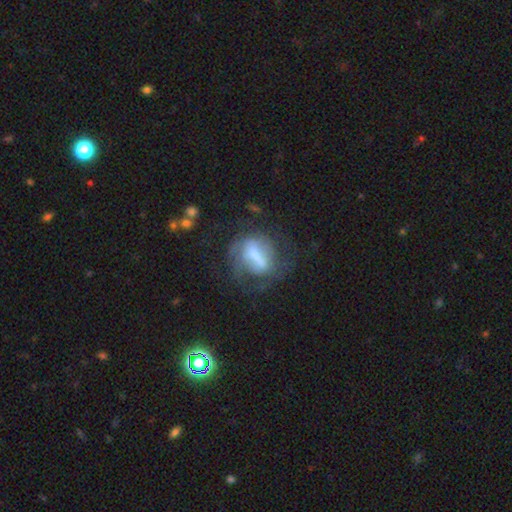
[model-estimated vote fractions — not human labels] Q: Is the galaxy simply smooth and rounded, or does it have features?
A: featured or disk — 58%.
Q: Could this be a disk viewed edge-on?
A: no — 94%.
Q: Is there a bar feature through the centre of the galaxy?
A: strong — 53%.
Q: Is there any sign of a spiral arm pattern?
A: yes — 59%.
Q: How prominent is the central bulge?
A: none — 29%.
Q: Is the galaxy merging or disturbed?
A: none — 43%.